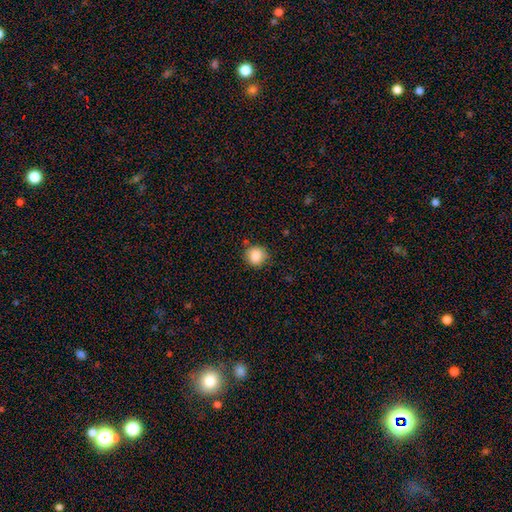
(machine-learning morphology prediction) Q: Smooth or featured?
A: smooth (86%); runner-up: star or artifact (9%)
Q: How rounded?
A: round (90%); runner-up: in between (9%)
Q: Merging?
A: none (81%); runner-up: minor disturbance (13%)